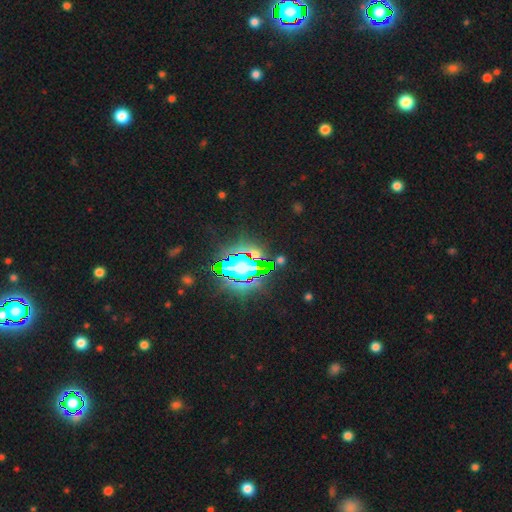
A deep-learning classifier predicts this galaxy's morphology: Smooth or featured? star or artifact (85%)